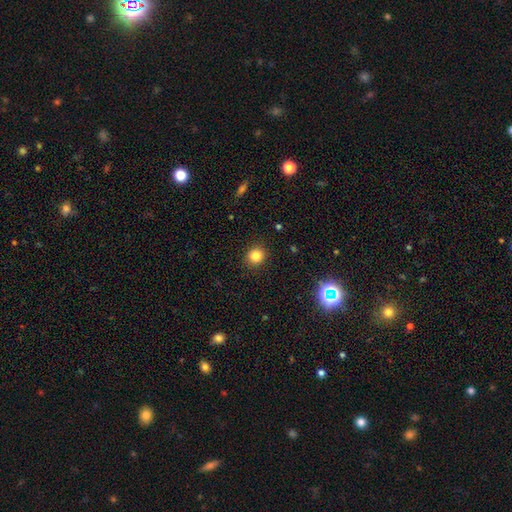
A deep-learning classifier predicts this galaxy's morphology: Smooth or featured? smooth (82%)
How rounded? round (87%)
Merging? none (91%)